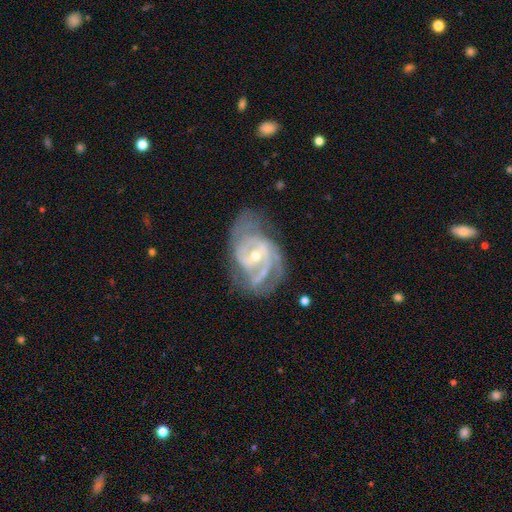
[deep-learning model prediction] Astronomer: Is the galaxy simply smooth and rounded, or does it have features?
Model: featured or disk — 89%.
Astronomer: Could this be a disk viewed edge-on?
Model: no — 97%.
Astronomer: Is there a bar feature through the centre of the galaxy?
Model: weak — 45% (runner-up: no, 31%).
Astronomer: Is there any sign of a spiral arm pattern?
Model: yes — 96%.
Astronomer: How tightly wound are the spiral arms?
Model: tight — 45% (runner-up: medium, 44%).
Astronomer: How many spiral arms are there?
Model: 2 — 41% (runner-up: 3, 27%).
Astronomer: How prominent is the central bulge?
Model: small — 53% (runner-up: moderate, 44%).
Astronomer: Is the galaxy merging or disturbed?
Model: none — 57%.